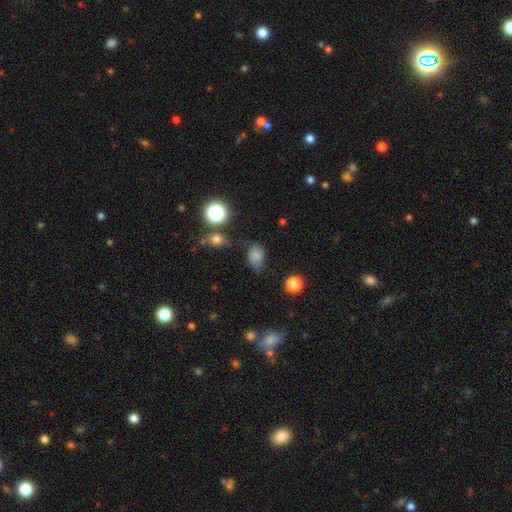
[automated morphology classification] A smooth galaxy with no disk features (76%) that is in between round and cigar-shaped (70%). Merging: none (46%).